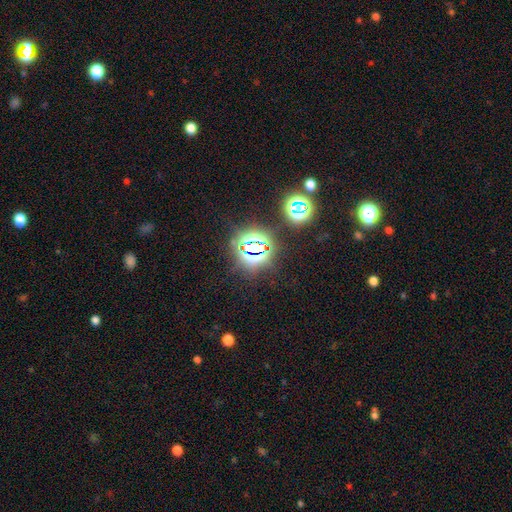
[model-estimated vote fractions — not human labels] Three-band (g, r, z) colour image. It shows a star or artifact, not a galaxy (80%).